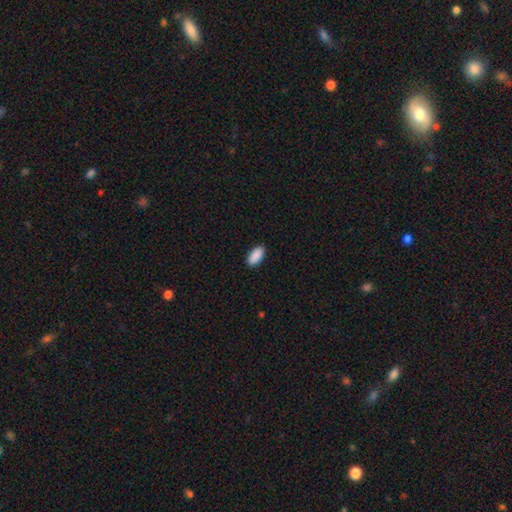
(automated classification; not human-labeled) Q: Smooth or featured?
A: smooth (91%); runner-up: star or artifact (6%)
Q: How rounded?
A: in between (93%); runner-up: cigar-shaped (5%)
Q: Merging?
A: none (90%); runner-up: minor disturbance (7%)